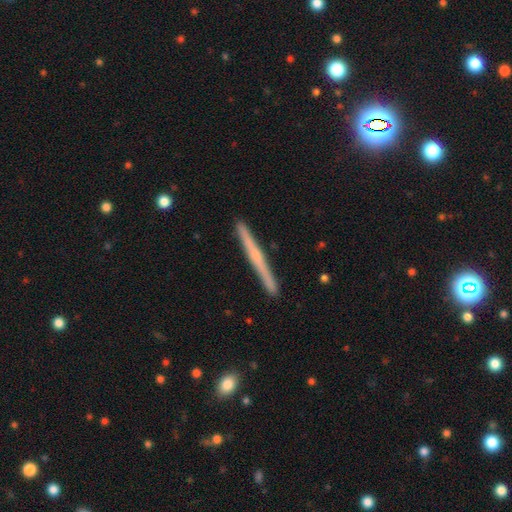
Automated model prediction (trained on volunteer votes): Overall: featured or disk (58%; smooth 35%). Edge-on disk: yes (97%). Edge-on bulge: none (64%; rounded 29%). Merging: none (91%).